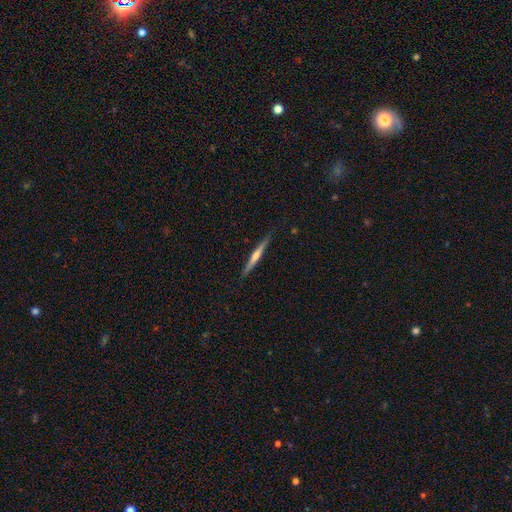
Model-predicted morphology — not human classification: Q: Smooth or featured?
A: featured or disk (60%); runner-up: smooth (35%)
Q: Edge-on disk?
A: yes (97%); runner-up: no (3%)
Q: Edge-on bulge?
A: rounded (65%); runner-up: none (27%)
Q: Merging?
A: none (87%); runner-up: minor disturbance (11%)